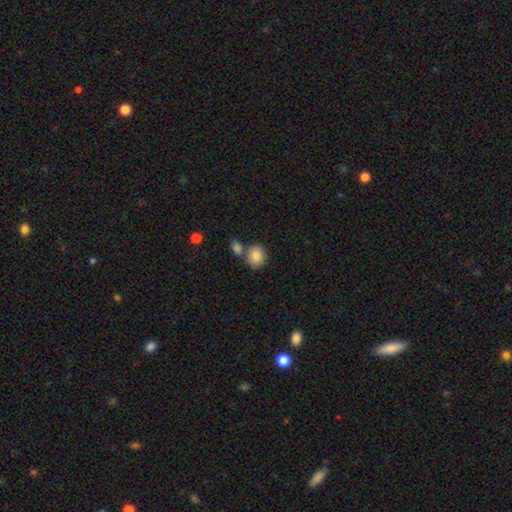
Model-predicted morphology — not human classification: The model was most divided on "merging": none: 58%, merger: 28%, minor disturbance: 11%, major disturbance: 3%. More confident: smooth or featured — smooth (86%); how rounded — round (70%).